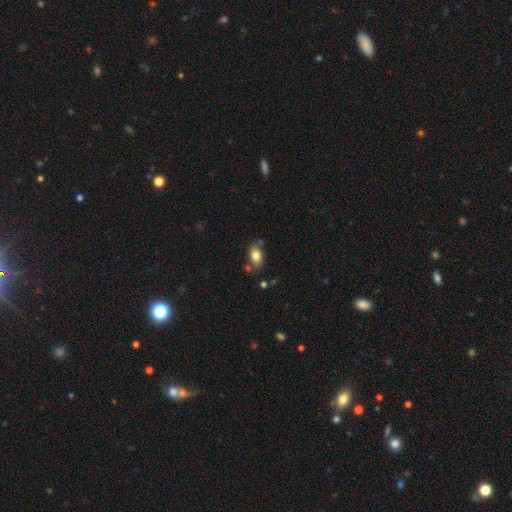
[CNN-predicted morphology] smooth 81%, featured or disk 11%, star or artifact 9%. Down the decision tree: how rounded — in between (87%); merging — none (75%).